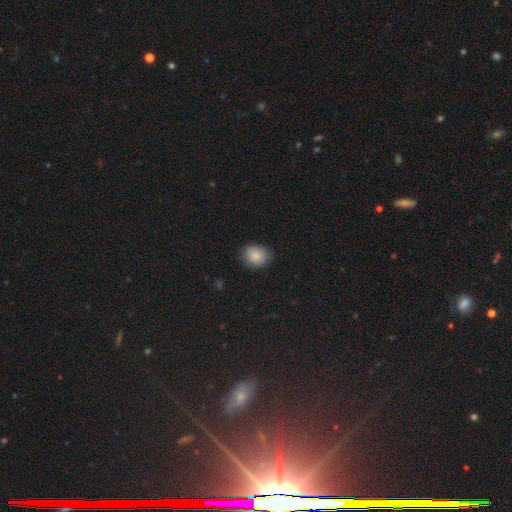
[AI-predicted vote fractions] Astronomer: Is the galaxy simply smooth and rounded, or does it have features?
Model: smooth — 84%.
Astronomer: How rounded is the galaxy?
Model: round — 53% (runner-up: in between, 46%).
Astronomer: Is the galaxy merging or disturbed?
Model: none — 79%.